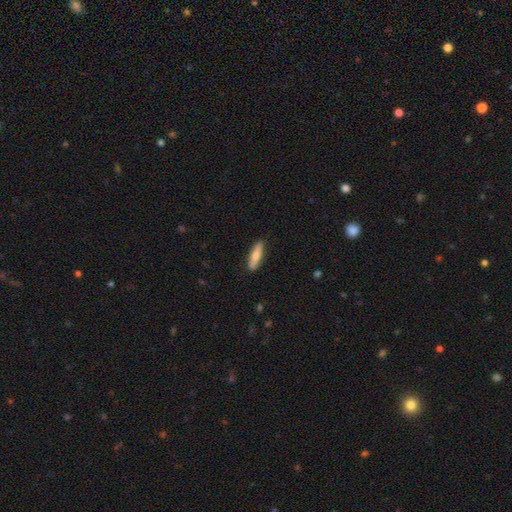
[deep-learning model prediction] Smooth or featured? Predicted: smooth (p=0.72). How rounded? Predicted: cigar-shaped (p=0.77). Merging? Predicted: none (p=0.88).